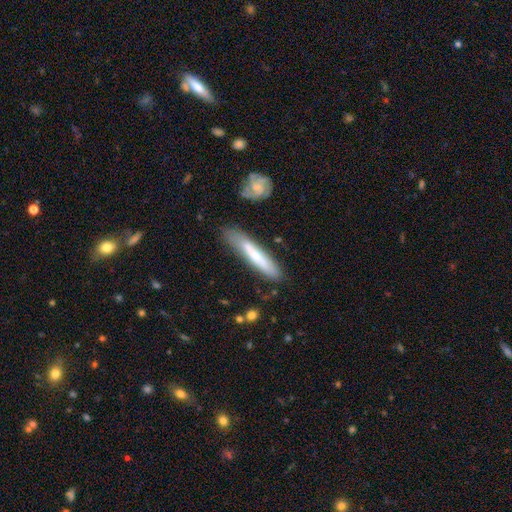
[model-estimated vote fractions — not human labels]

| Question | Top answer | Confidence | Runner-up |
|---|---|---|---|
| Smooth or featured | featured or disk | 48% | smooth (46%) |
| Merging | none | 72% | minor disturbance (18%) |